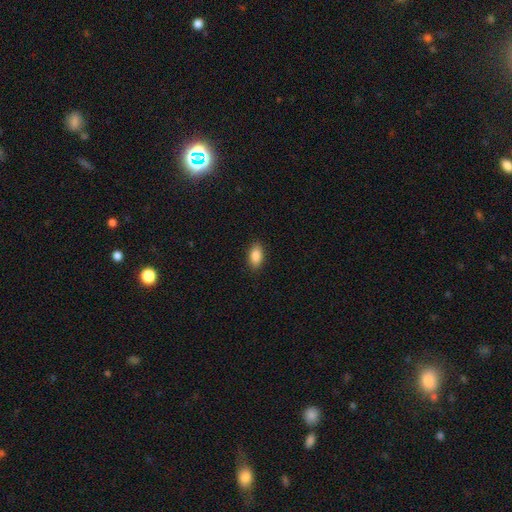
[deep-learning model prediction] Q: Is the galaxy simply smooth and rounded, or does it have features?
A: smooth — 88%.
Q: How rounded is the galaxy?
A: in between — 91%.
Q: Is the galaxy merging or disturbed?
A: none — 89%.